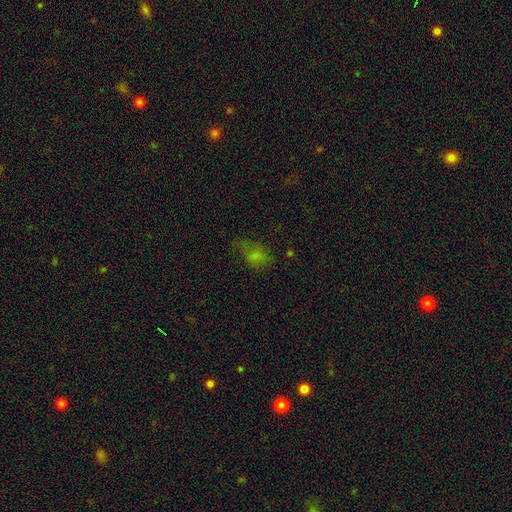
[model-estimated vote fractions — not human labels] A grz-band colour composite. It shows a smooth galaxy with no disk features (63%) that is in between round and cigar-shaped (76%). Merging: none (43%).